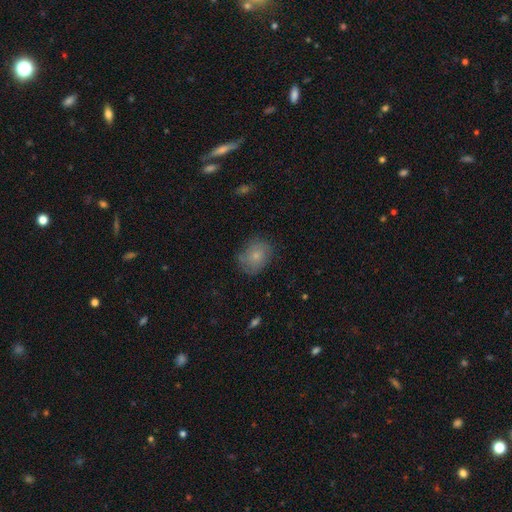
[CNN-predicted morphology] smooth-or-featured: smooth: 71% | featured or disk: 20% | star or artifact: 9%
  how-rounded: in between: 50% | round: 49% | cigar-shaped: 1%
  merging: none: 72% | minor disturbance: 21% | major disturbance: 6% | merger: 2%